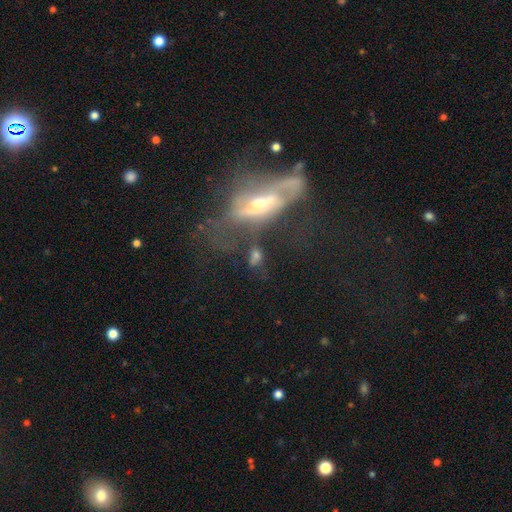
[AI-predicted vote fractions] This appears to be a featured or disk galaxy (49%). Merging: none (43%).